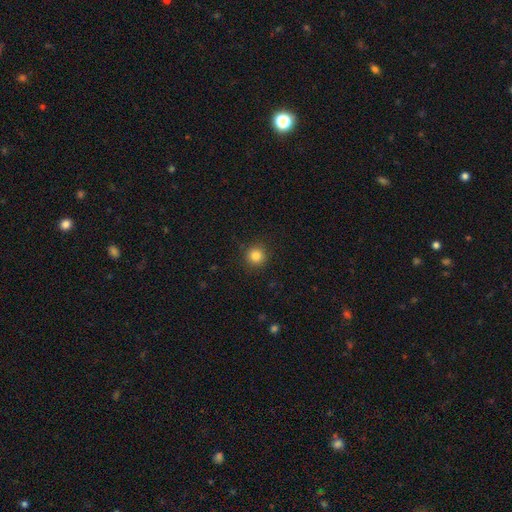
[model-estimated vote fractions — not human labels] This is clearly a smooth galaxy (83%). How rounded: clearly round (94%). Merging: clearly none (91%).